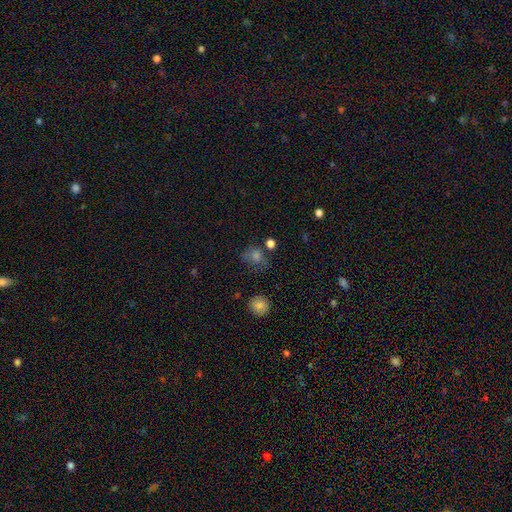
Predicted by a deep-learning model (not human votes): A smooth galaxy with no disk features (61%) that is round (67%).

Vote fractions:
- Smooth or featured? smooth: 61% / star or artifact: 24% / featured or disk: 16%
- How rounded? round: 67% / in between: 32% / cigar-shaped: 1%
- Merging? none: 60% / minor disturbance: 21% / major disturbance: 13% / merger: 6%